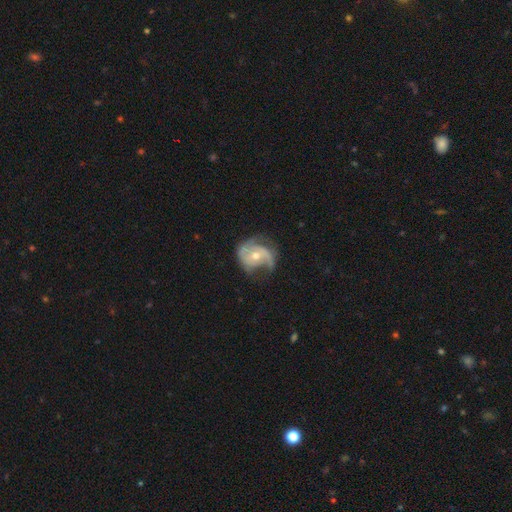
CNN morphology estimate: This appears to be a featured or disk galaxy (81%) with no bar (65%), 2 (63%) medium (44%) spiral arms (92%) and a moderate central bulge (57%). Merging: none (56%).